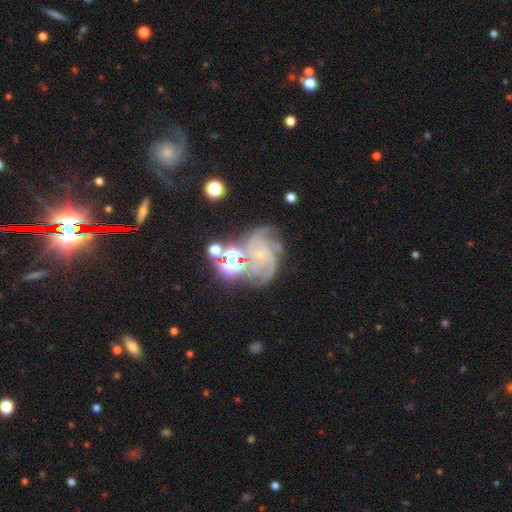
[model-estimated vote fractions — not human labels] Smooth or featured: featured or disk — 67% (star or artifact — 21%)
Edge-on disk: no — 97% (yes — 3%)
Bar: no — 69% (weak — 24%)
Spiral arms: yes — 94% (no — 6%)
Spiral winding: tight — 52% (medium — 38%)
Spiral arm count: 3 — 35% (can't tell — 22%)
Bulge size: small — 71% (moderate — 21%)
Merging: none — 57% (minor disturbance — 18%)